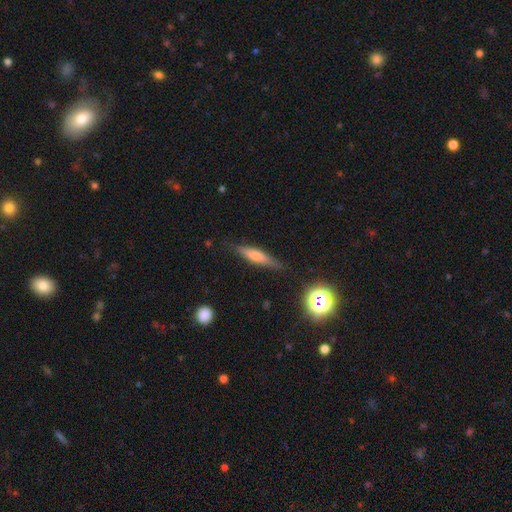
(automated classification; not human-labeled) A smooth galaxy with no disk features (54%) that is cigar-shaped (80%). Merging: none (82%).